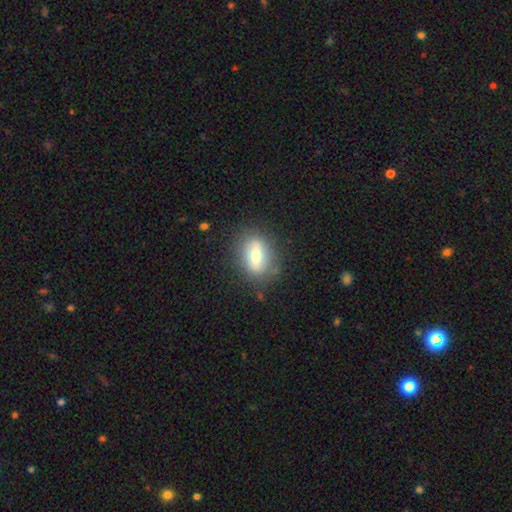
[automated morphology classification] Q: Smooth or featured?
A: smooth (59%); runner-up: featured or disk (33%)
Q: How rounded?
A: in between (71%); runner-up: round (21%)
Q: Merging?
A: none (83%); runner-up: minor disturbance (12%)